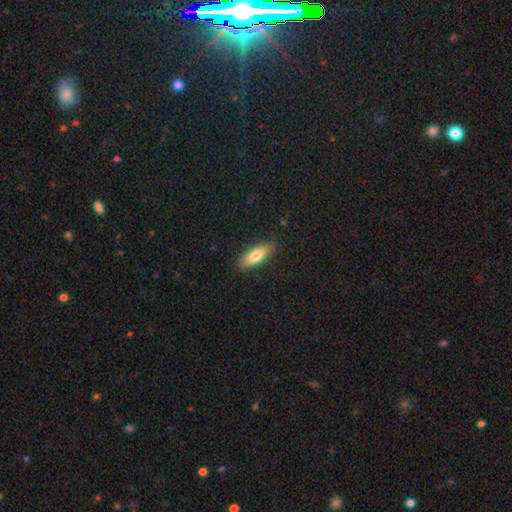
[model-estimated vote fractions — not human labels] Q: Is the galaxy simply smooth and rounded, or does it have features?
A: smooth — 77%.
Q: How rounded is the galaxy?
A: in between — 60%.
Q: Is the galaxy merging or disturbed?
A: none — 87%.